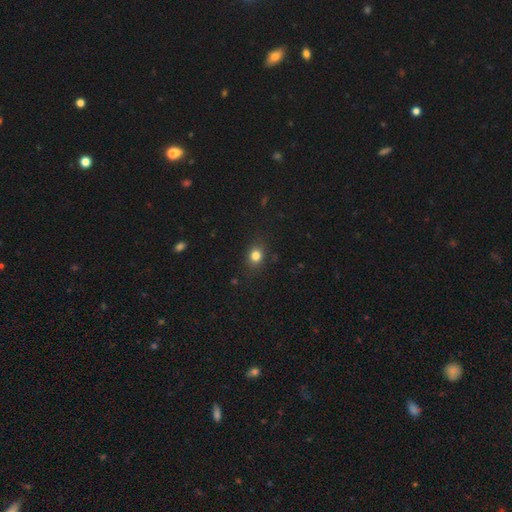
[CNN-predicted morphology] Overall: smooth (81%). How rounded: round (62%; in between 37%). Merging: none (84%).